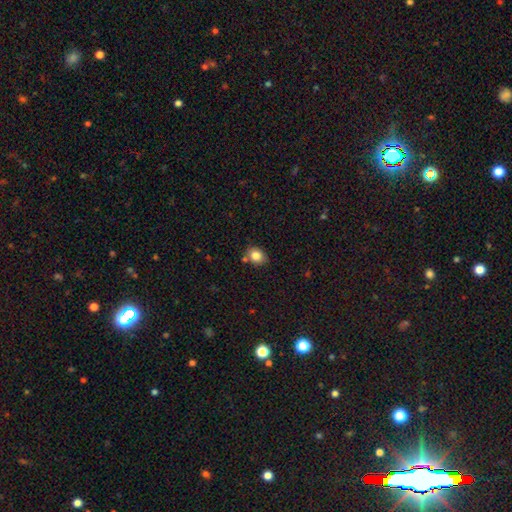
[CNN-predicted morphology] A smooth galaxy with no disk features (83%) that is in between round and cigar-shaped (51%). Merging: none (74%).